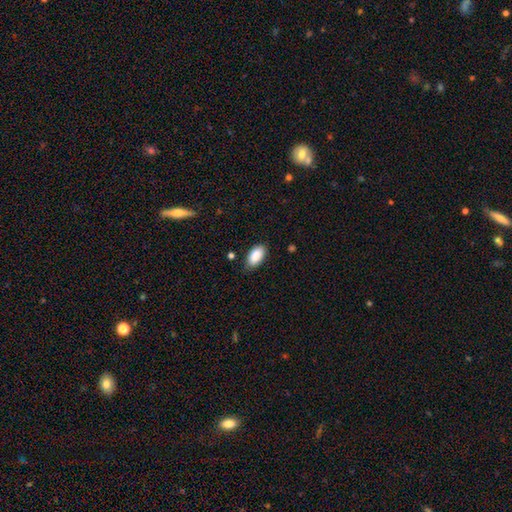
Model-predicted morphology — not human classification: Q: Smooth or featured?
A: smooth (88%); runner-up: star or artifact (7%)
Q: How rounded?
A: in between (94%); runner-up: cigar-shaped (3%)
Q: Merging?
A: none (82%); runner-up: minor disturbance (14%)